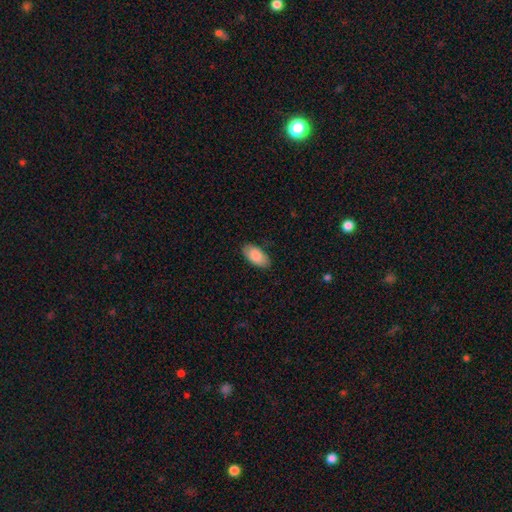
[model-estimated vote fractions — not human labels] Morphology: type=smooth (88%); roundness=in between (94%); merging=none (84%).